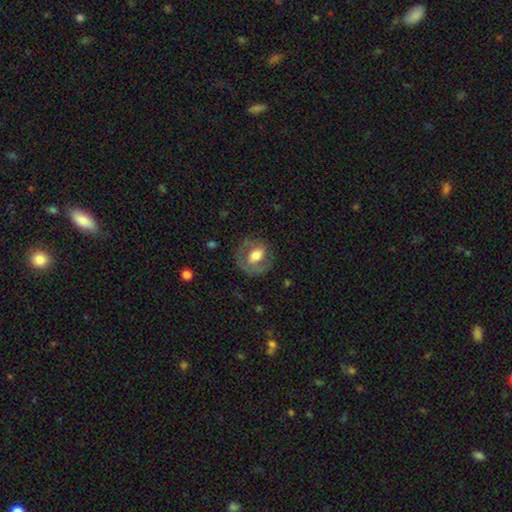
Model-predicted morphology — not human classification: Q: Smooth or featured?
A: smooth (51%); runner-up: featured or disk (42%)
Q: How rounded?
A: round (54%); runner-up: in between (45%)
Q: Merging?
A: none (66%); runner-up: minor disturbance (19%)